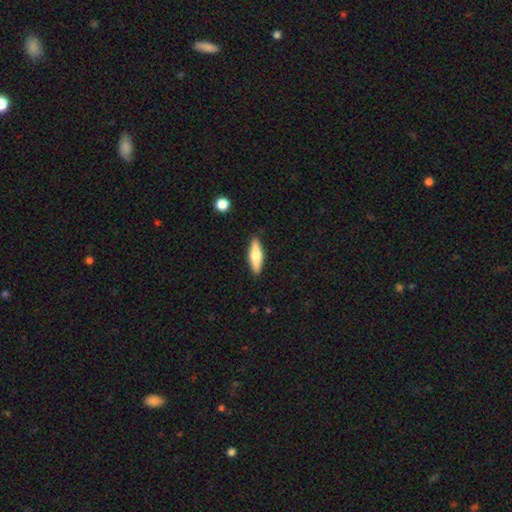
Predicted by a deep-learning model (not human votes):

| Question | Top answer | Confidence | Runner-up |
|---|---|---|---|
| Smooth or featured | smooth | 56% | featured or disk (39%) |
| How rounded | cigar-shaped | 64% | in between (33%) |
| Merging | none | 89% | minor disturbance (8%) |